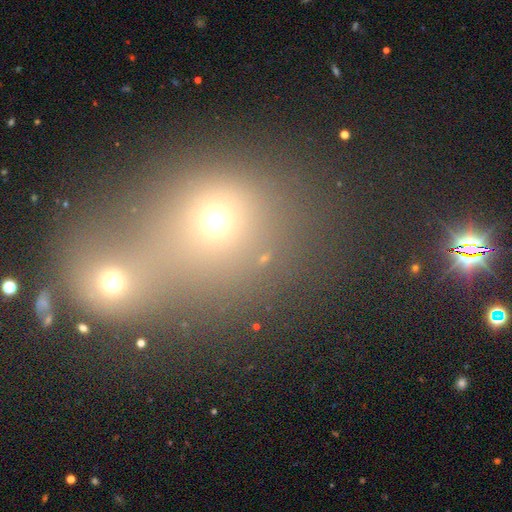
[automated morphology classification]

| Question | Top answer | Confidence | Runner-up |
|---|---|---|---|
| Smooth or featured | smooth | 58% | star or artifact (29%) |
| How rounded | round | 74% | in between (24%) |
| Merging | merger | 64% | none (25%) |